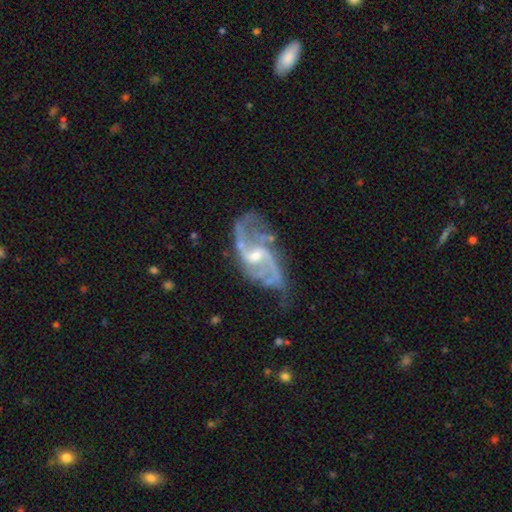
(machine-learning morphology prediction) type=featured or disk (90%); edge-on=no (97%); bar=weak (55%); spiral arms=yes (96%); winding=medium (45%); arm count=2 (64%); bulge=small (53%); merging=none (58%).